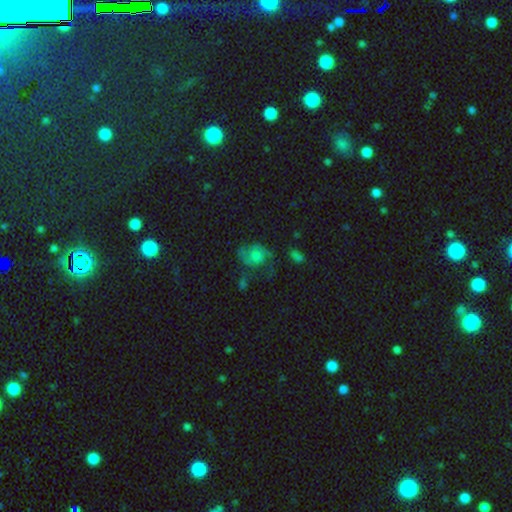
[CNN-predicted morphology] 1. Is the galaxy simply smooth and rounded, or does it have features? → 46% featured or disk, 40% smooth, 14% star or artifact.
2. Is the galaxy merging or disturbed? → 37% none, 34% major disturbance, 23% minor disturbance, 6% merger.